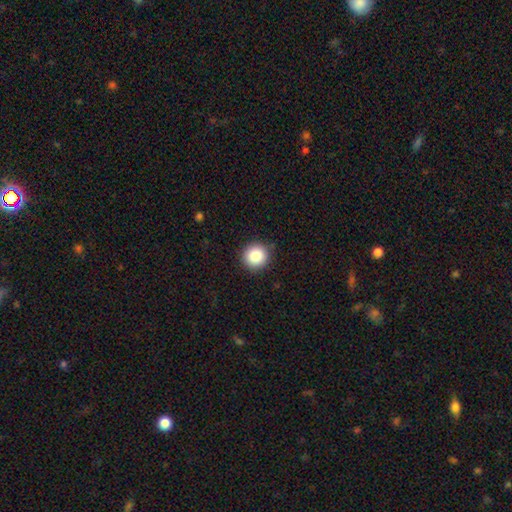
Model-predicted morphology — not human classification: Smooth or featured? Predicted: smooth (p=0.86). How rounded? Predicted: round (p=0.93). Merging? Predicted: none (p=0.88).